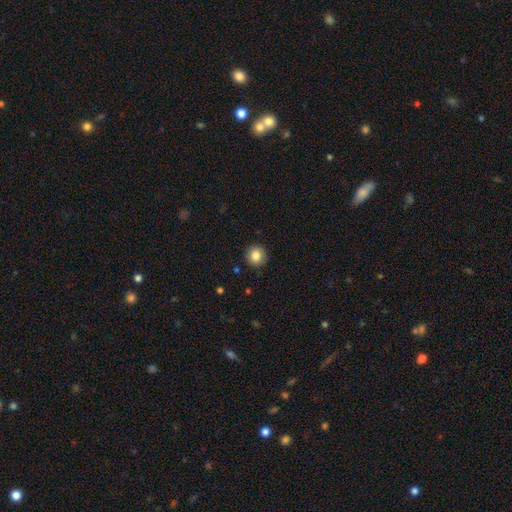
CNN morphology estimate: Smooth or featured: smooth — 85% (star or artifact — 9%)
How rounded: round — 93% (in between — 6%)
Merging: none — 91% (minor disturbance — 6%)